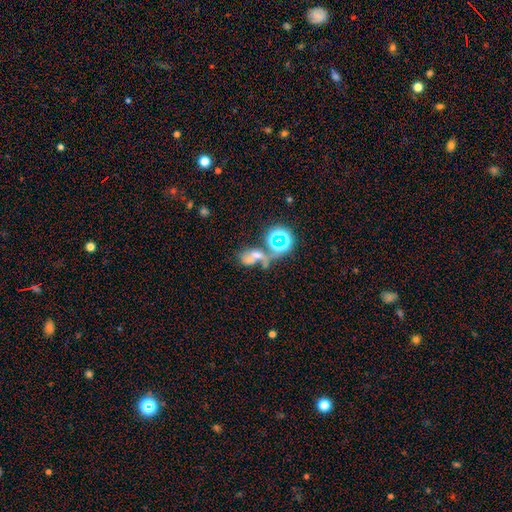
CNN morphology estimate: star or artifact 40%, smooth 34%, featured or disk 27%.